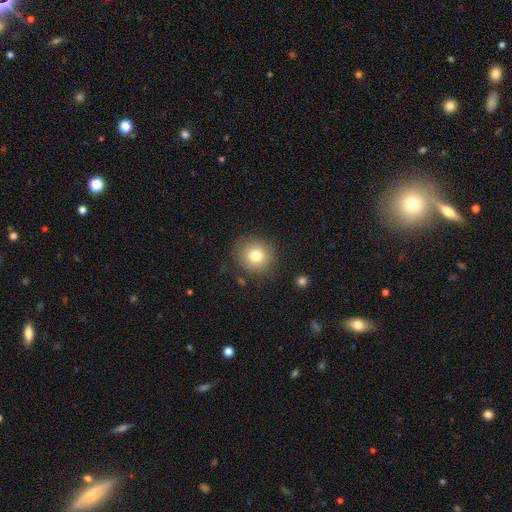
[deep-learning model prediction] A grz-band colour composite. It shows a smooth galaxy with no disk features (79%) that is round (90%). Merging: none (86%).